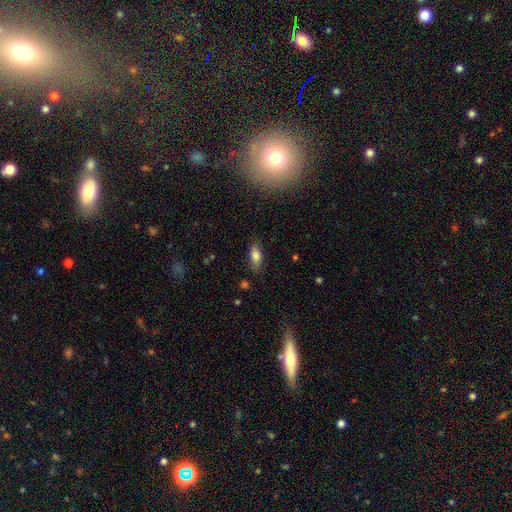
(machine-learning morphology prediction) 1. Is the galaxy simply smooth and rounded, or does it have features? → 78% smooth, 14% featured or disk, 8% star or artifact.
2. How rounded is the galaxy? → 81% in between, 16% cigar-shaped, 3% round.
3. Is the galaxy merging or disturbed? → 79% none, 16% minor disturbance, 4% major disturbance, 1% merger.